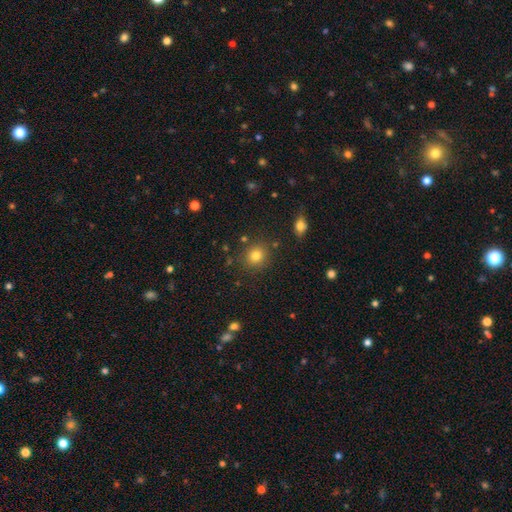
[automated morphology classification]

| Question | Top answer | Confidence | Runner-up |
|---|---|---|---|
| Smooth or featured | smooth | 81% | star or artifact (13%) |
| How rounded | round | 82% | in between (17%) |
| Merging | none | 84% | minor disturbance (9%) |